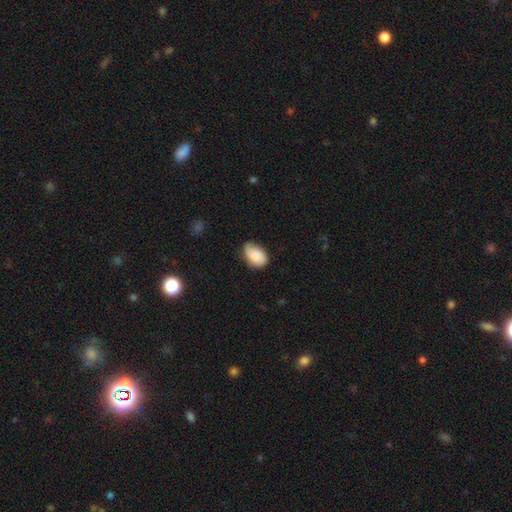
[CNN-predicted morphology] Smooth or featured? smooth (84%)
How rounded? in between (89%)
Merging? none (49%)